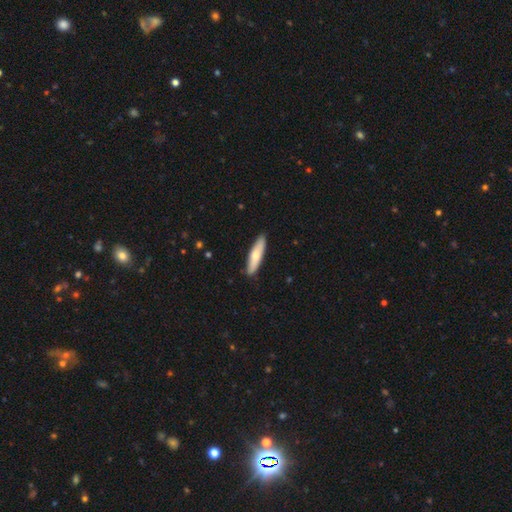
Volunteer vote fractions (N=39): This appears to be a smooth galaxy with no disk features (56%) that is cigar-shaped (68%). Merging: none (92%).